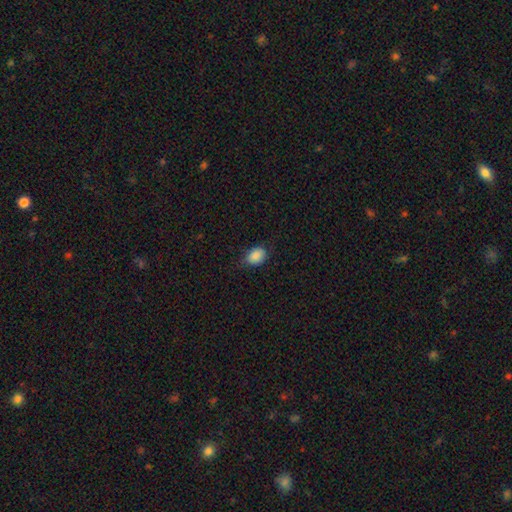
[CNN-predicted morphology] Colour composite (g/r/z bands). It shows a smooth galaxy with no disk features (87%) that is in between round and cigar-shaped (75%). Merging: none (69%).